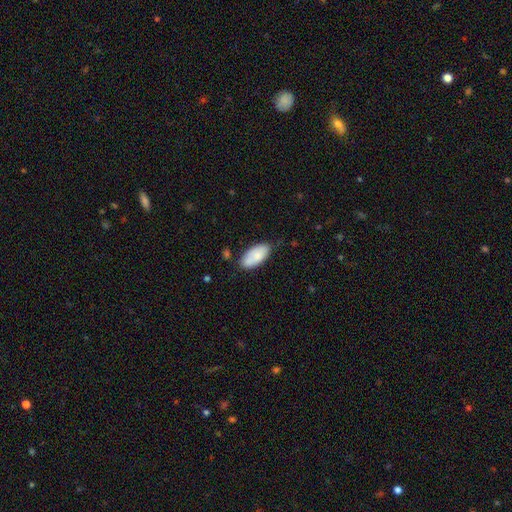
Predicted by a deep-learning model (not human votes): Smooth or featured? Predicted: smooth (p=0.82). How rounded? Predicted: in between (p=0.92). Merging? Predicted: none (p=0.72).